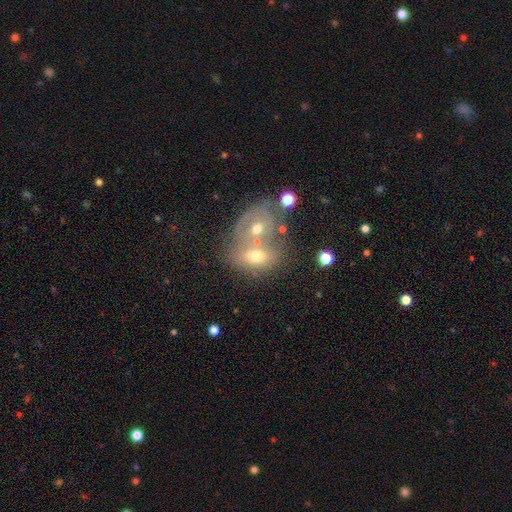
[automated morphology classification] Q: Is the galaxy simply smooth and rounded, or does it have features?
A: smooth — 52%.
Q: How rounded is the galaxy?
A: in between — 64%.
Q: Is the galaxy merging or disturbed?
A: merger — 61%.